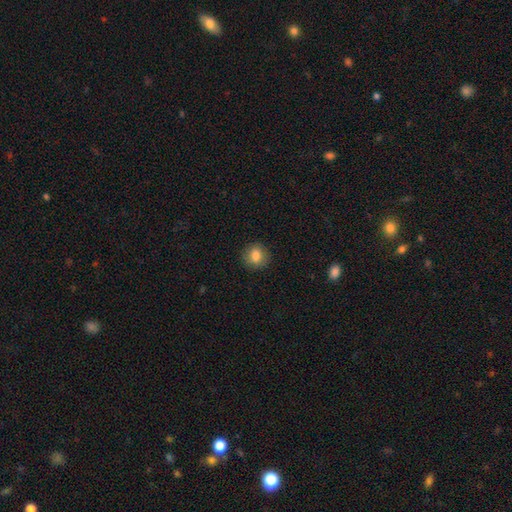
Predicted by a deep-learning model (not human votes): This appears to be a smooth galaxy with no disk features (83%) that is round (75%). Merging: none (87%).